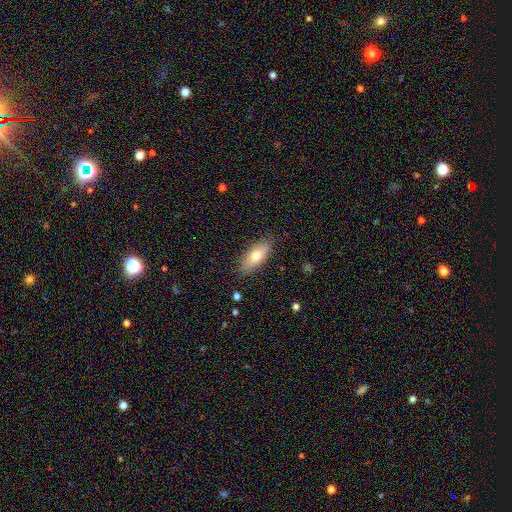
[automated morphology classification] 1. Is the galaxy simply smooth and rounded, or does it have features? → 69% smooth, 24% featured or disk, 7% star or artifact.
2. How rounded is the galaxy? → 75% in between, 22% cigar-shaped, 3% round.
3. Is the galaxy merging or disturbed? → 85% none, 11% minor disturbance, 2% major disturbance, 1% merger.